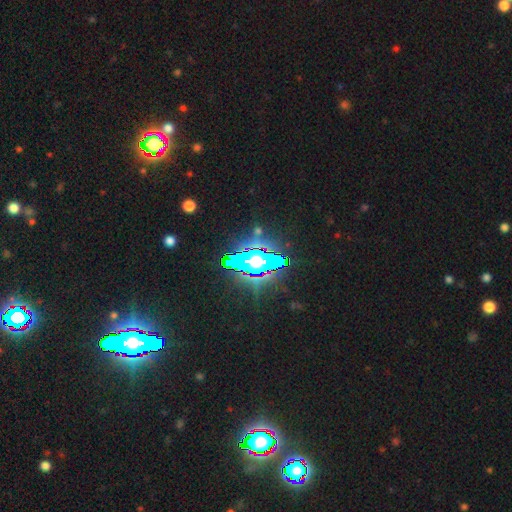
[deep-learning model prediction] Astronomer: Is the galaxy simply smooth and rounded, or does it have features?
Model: star or artifact — 80%.